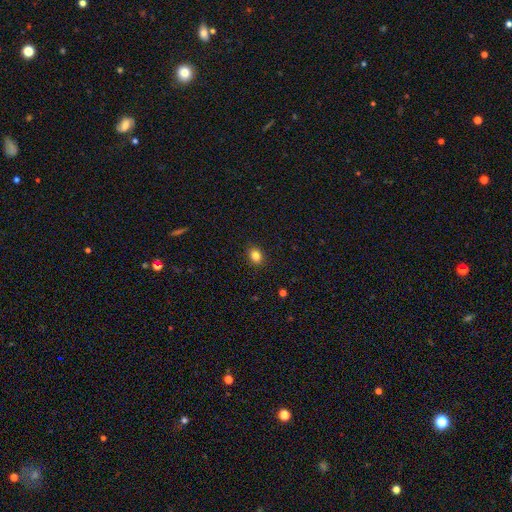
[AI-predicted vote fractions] Q: Smooth or featured?
A: smooth (84%); runner-up: star or artifact (11%)
Q: How rounded?
A: in between (53%); runner-up: round (46%)
Q: Merging?
A: none (90%); runner-up: minor disturbance (7%)